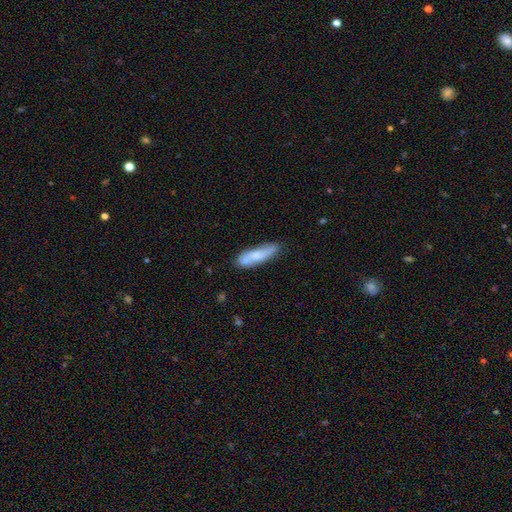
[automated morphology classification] This is likely a smooth galaxy (61%). How rounded: likely cigar-shaped (65%). Merging: likely none (65%).